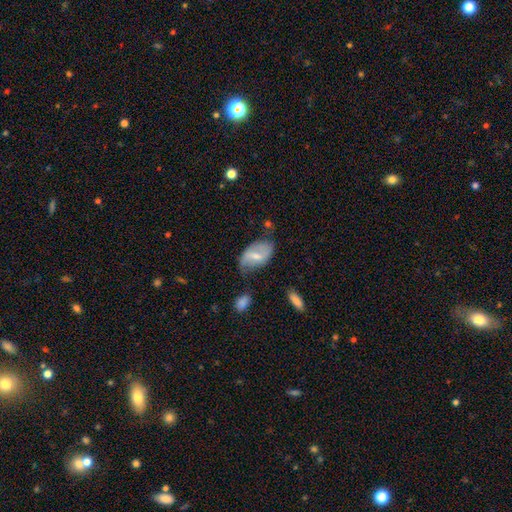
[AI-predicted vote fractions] A featured or disk galaxy (48%). Merging: none (54%).